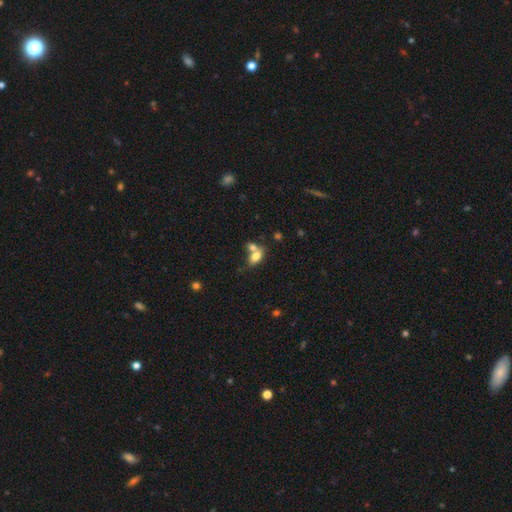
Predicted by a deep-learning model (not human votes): A smooth galaxy with no disk features (75%) that is in between round and cigar-shaped (82%).

Vote fractions:
- Smooth or featured? smooth: 75% / featured or disk: 16% / star or artifact: 9%
- How rounded? in between: 82% / round: 15% / cigar-shaped: 4%
- Merging? merger: 52% / none: 33% / minor disturbance: 11% / major disturbance: 5%